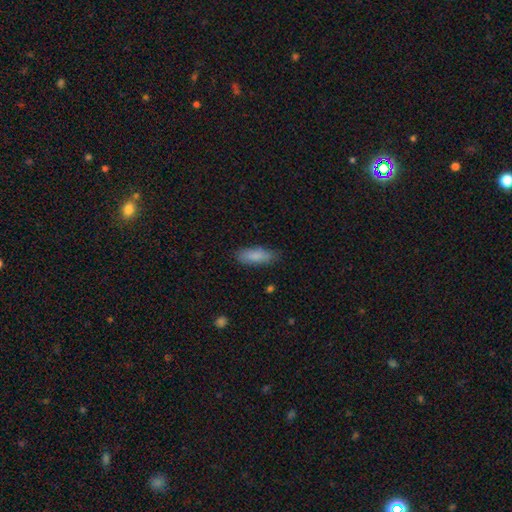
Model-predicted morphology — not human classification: Smooth or featured? smooth (85%)
How rounded? in between (66%)
Merging? none (79%)